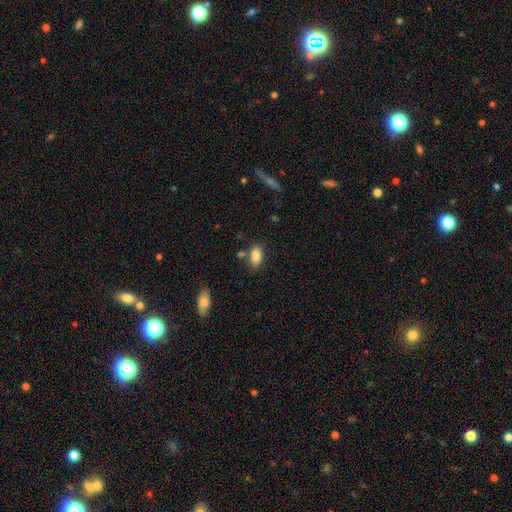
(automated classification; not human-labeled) A smooth galaxy with no disk features (86%) that is in between round and cigar-shaped (91%).

Vote fractions:
- Smooth or featured? smooth: 86% / star or artifact: 8% / featured or disk: 6%
- How rounded? in between: 91% / round: 7% / cigar-shaped: 3%
- Merging? none: 76% / minor disturbance: 12% / merger: 8% / major disturbance: 3%